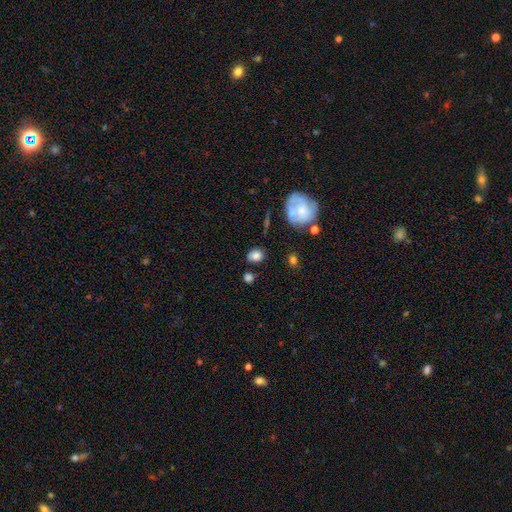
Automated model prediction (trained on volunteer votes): The model was most divided on "how rounded": round: 55%, in between: 43%, cigar-shaped: 2%. More confident: smooth or featured — smooth (80%); merging — none (74%).